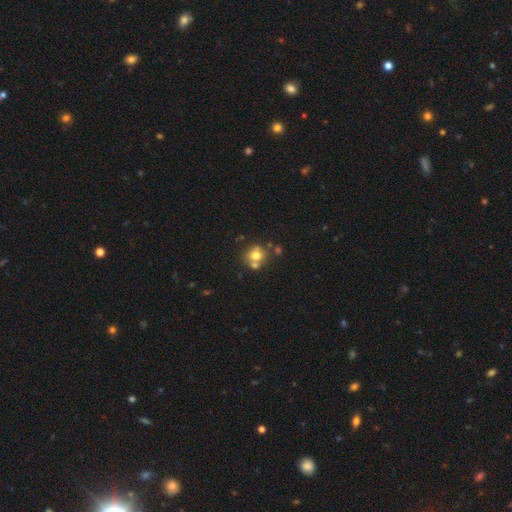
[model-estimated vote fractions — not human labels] smooth-or-featured: smooth: 70% | featured or disk: 17% | star or artifact: 13%
  how-rounded: round: 81% | in between: 18% | cigar-shaped: 1%
  merging: none: 56% | merger: 29% | minor disturbance: 11% | major disturbance: 4%